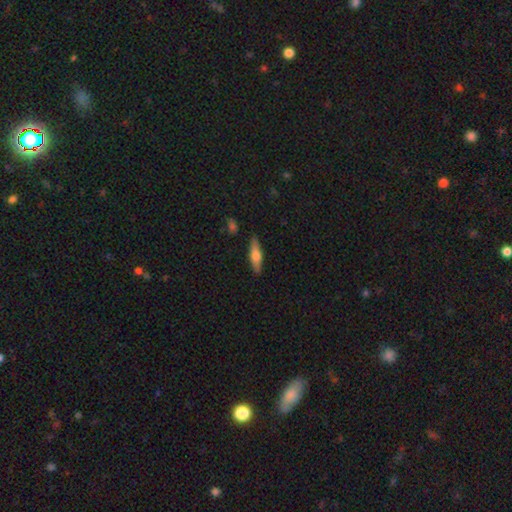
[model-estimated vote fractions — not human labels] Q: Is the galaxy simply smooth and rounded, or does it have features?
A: smooth — 56%.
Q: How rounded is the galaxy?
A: cigar-shaped — 66%.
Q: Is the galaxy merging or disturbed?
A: none — 86%.